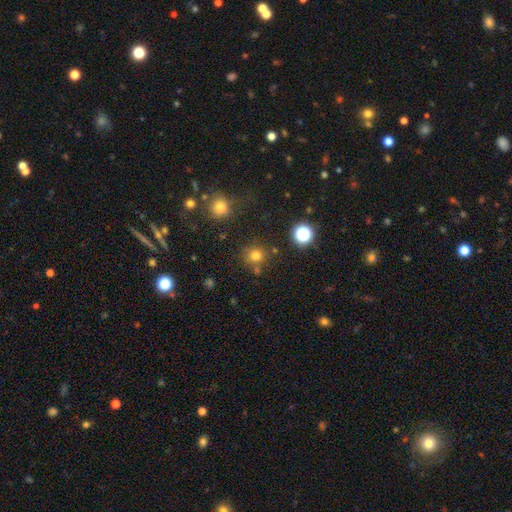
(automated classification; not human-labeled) This is likely a smooth galaxy (75%). How rounded: clearly round (90%). Merging: likely none (77%).